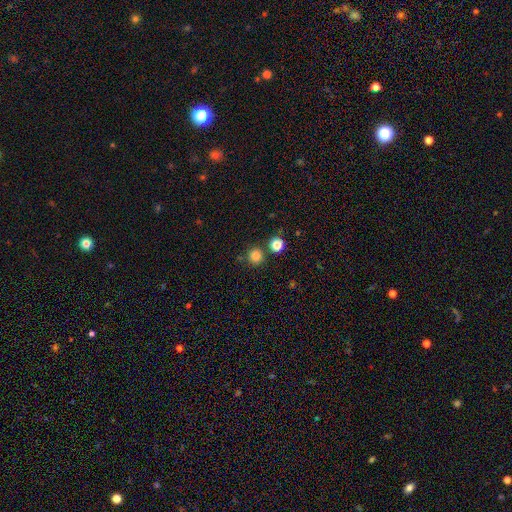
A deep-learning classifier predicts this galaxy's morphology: The model was most divided on "merging": none: 80%, merger: 11%, minor disturbance: 7%, major disturbance: 2%. More confident: how rounded — round (94%); smooth or featured — smooth (82%).